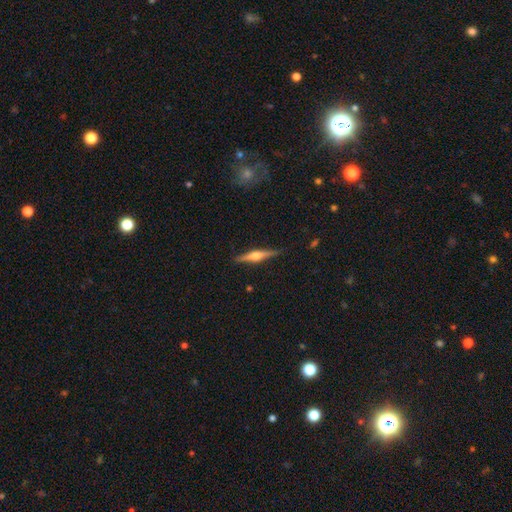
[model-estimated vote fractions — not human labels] This appears to be a featured or disk galaxy (68%) viewed edge-on (98%) with a rounded central bulge (88%). Merging: none (88%).